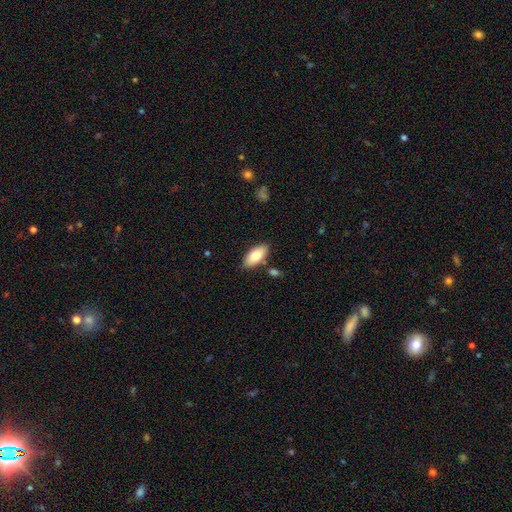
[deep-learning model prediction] Smooth or featured?
  - smooth: 79% *
  - featured or disk: 15%
  - star or artifact: 6%
How rounded?
  - in between: 90% *
  - cigar-shaped: 7%
  - round: 2%
Merging?
  - none: 81% *
  - minor disturbance: 11%
  - merger: 5%
  - major disturbance: 2%